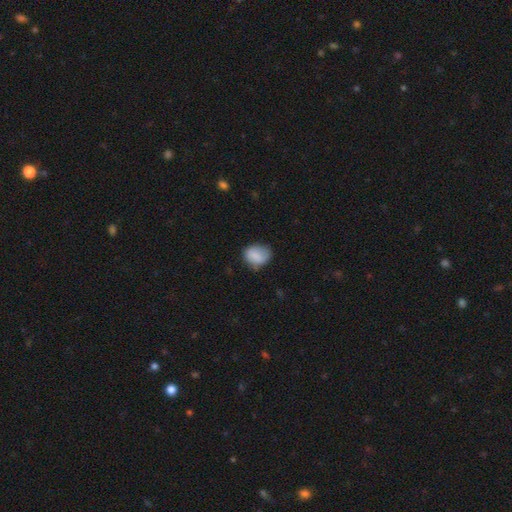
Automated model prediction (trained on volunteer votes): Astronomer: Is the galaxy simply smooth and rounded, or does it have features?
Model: smooth — 83%.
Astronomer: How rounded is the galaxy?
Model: in between — 58% (runner-up: round, 41%).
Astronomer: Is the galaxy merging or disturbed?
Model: none — 62%.